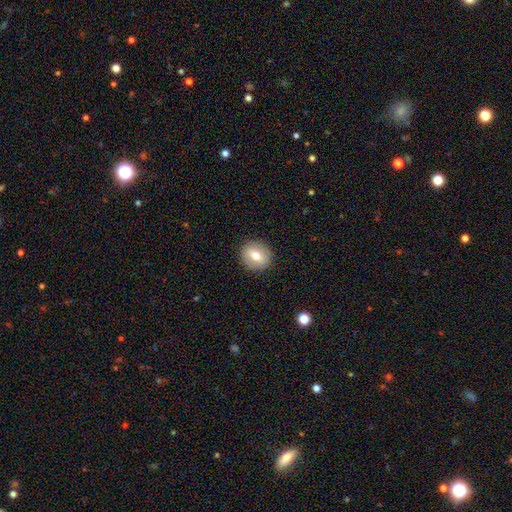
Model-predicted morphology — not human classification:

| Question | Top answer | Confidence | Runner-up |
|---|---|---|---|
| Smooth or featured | smooth | 67% | featured or disk (24%) |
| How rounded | round | 82% | in between (17%) |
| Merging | none | 90% | minor disturbance (7%) |